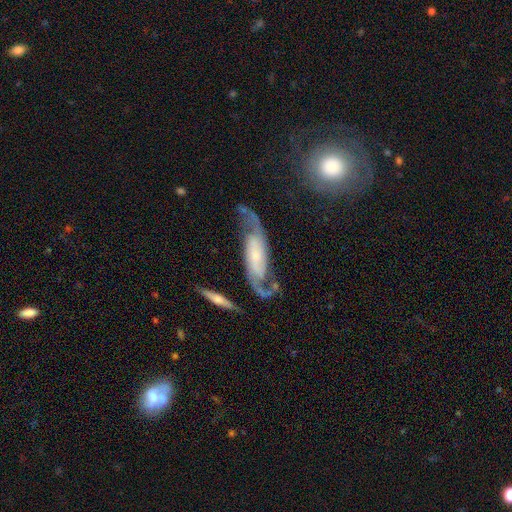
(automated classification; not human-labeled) Smooth or featured? featured or disk (85%)
Edge-on disk? no (90%)
Bar? no (46%)
Spiral arms? yes (97%)
Spiral winding? medium (43%)
Spiral arm count? 2 (92%)
Bulge size? small (41%)
Merging? none (64%)